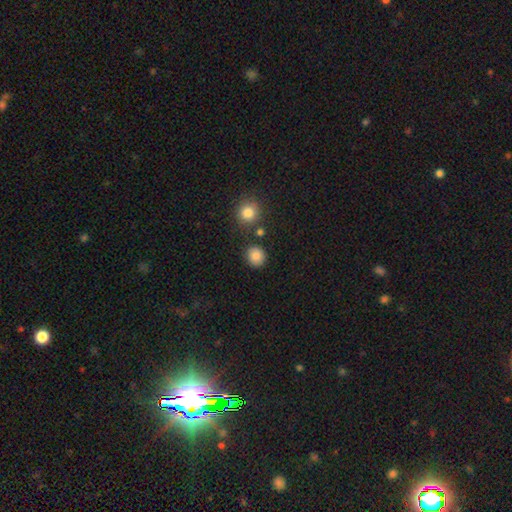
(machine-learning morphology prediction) smooth 85%, star or artifact 11%, featured or disk 4%. Down the decision tree: how rounded — round (87%); merging — none (84%).